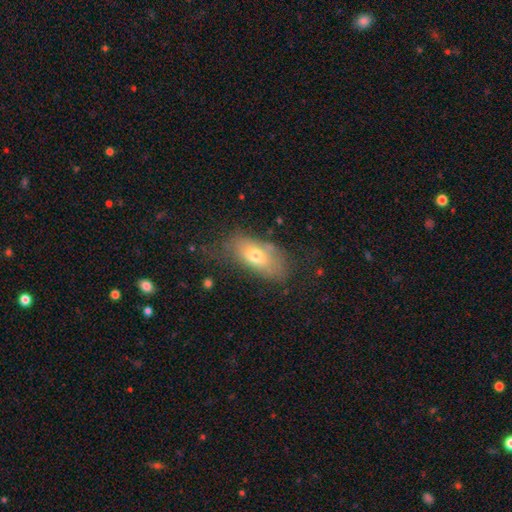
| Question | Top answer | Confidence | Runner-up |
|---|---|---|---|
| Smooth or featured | smooth | 78% | featured or disk (15%) |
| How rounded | in between | 84% | cigar-shaped (10%) |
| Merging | none | 49% | minor disturbance (41%) |